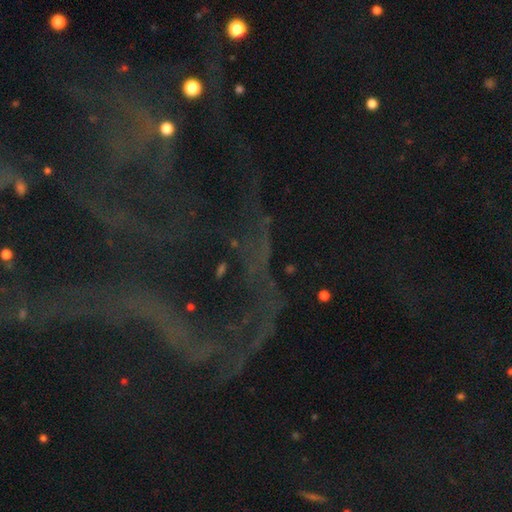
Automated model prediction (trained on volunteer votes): Smooth or featured? star or artifact (68%)